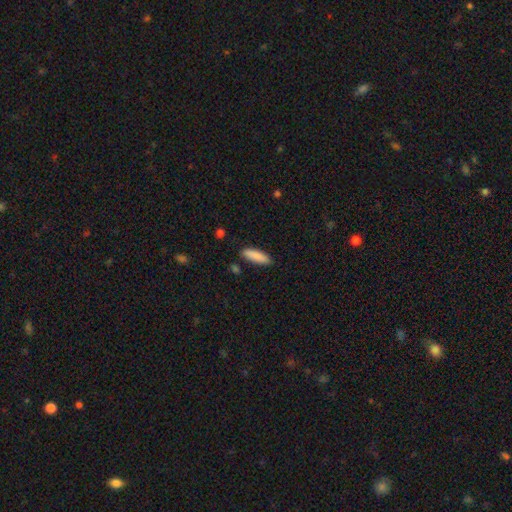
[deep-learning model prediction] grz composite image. It shows a smooth galaxy with no disk features (88%) that is cigar-shaped (57%). Merging: none (85%).